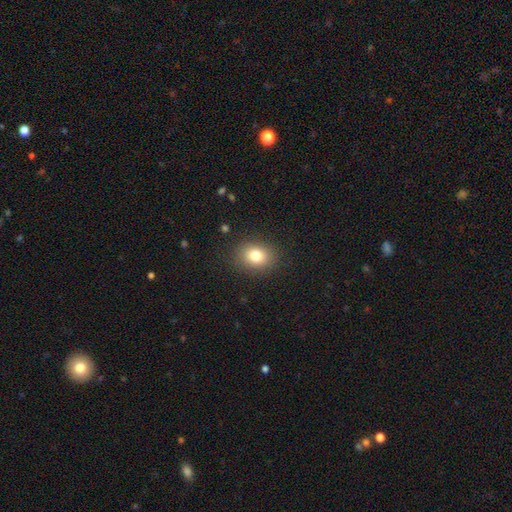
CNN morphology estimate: Smooth or featured? smooth (80%)
How rounded? in between (52%)
Merging? none (87%)